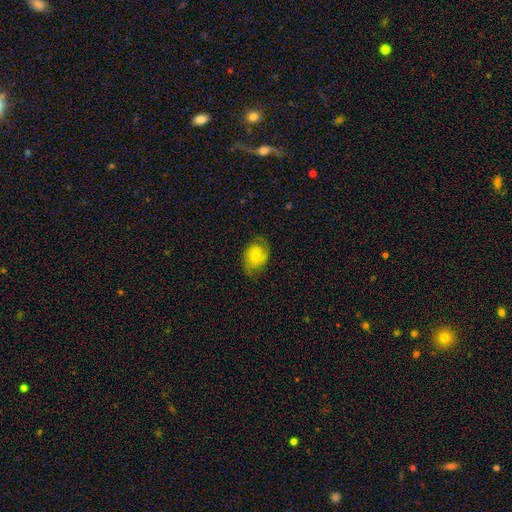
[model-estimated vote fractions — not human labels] Smooth or featured? Predicted: featured or disk (p=0.48). Merging? Predicted: none (p=0.66).